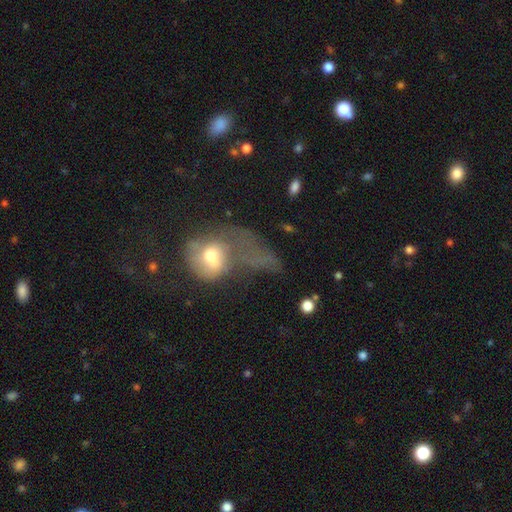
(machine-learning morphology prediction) The model was most divided on "smooth or featured": smooth: 48%, featured or disk: 35%, star or artifact: 16%. More confident: merging — major disturbance (57%).